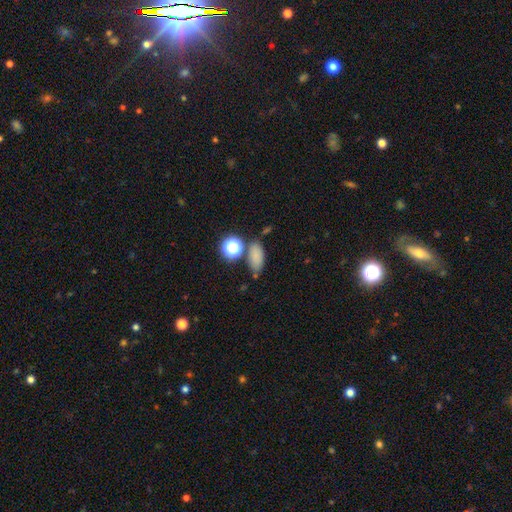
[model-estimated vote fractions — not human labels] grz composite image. It shows a smooth galaxy with no disk features (77%) that is in between round and cigar-shaped (80%). Merging: none (71%).